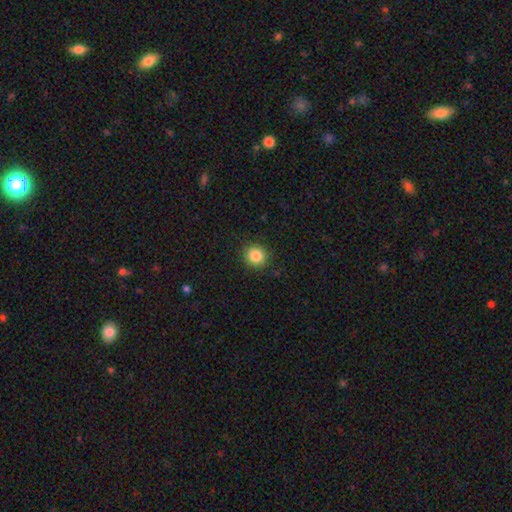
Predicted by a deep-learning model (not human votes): This is clearly a smooth galaxy (85%). How rounded: clearly round (91%). Merging: clearly none (90%).